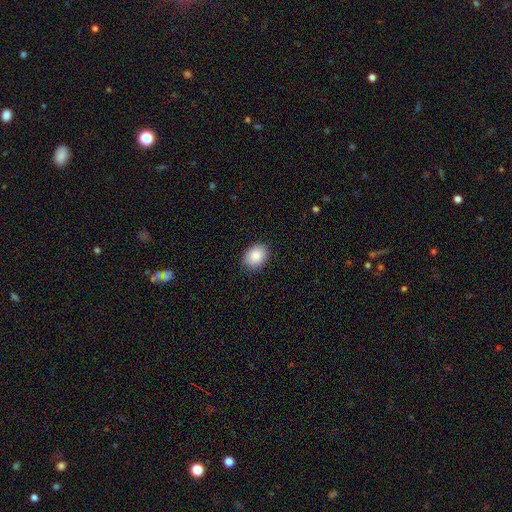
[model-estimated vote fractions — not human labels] This appears to be a smooth galaxy with no disk features (88%) that is in between round and cigar-shaped (61%). Merging: none (87%).